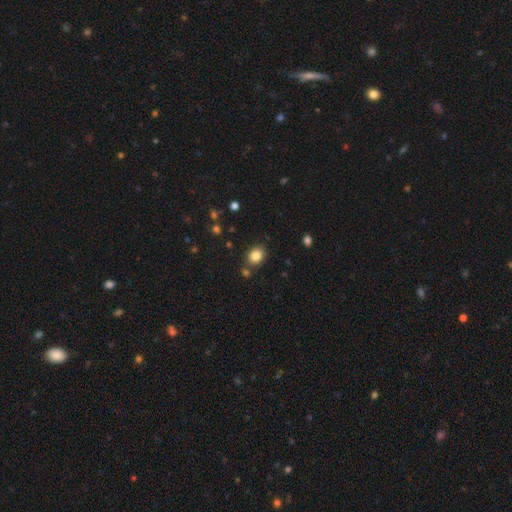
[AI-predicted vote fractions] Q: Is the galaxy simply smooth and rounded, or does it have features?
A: smooth — 83%.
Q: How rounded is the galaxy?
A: round — 53%.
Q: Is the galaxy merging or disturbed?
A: none — 81%.